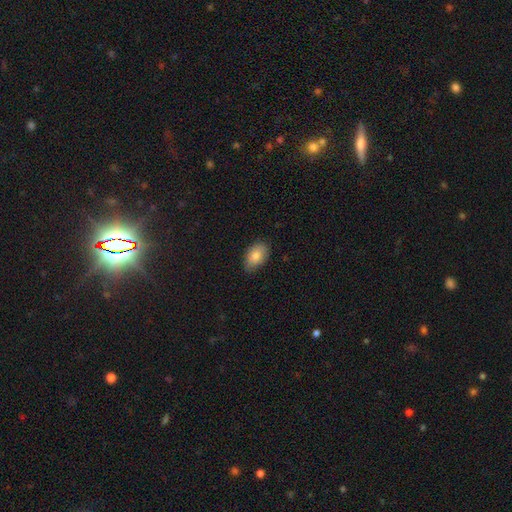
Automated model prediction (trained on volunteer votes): This is clearly a smooth galaxy (83%). How rounded: clearly in between (90%). Merging: likely none (79%).